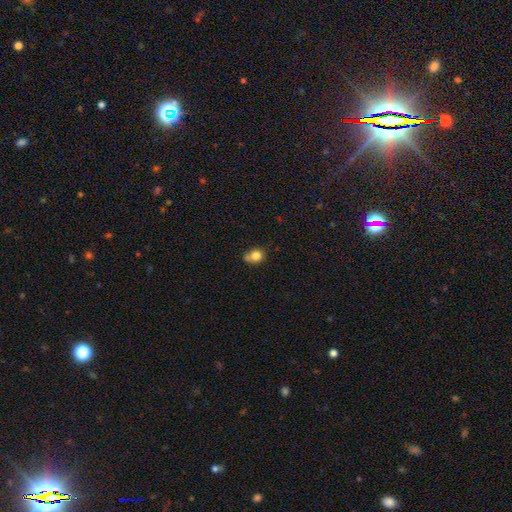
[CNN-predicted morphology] The model was most divided on "merging": none: 50%, minor disturbance: 27%, merger: 15%, major disturbance: 7%. More confident: smooth or featured — smooth (80%); how rounded — round (63%).